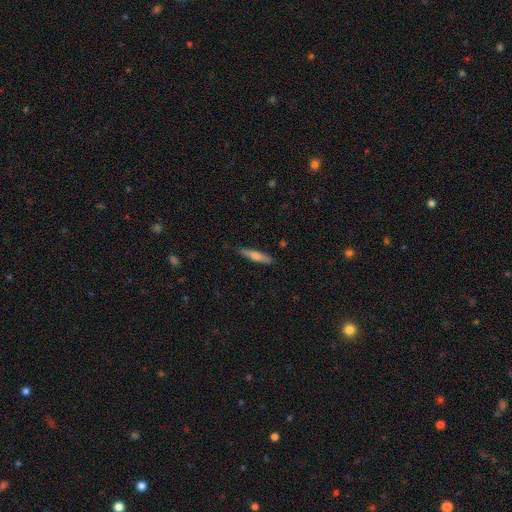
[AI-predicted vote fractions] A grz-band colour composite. It shows a smooth galaxy with no disk features (63%) that is cigar-shaped (85%). Merging: none (86%).